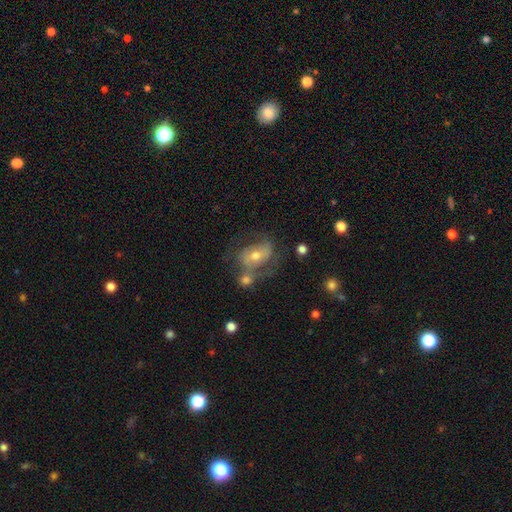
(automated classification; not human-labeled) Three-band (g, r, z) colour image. It shows a featured or disk galaxy (66%) with no bar (45%), 2 (71%) medium (47%) spiral arms (80%) and a moderate central bulge (61%). Merging: none (45%).